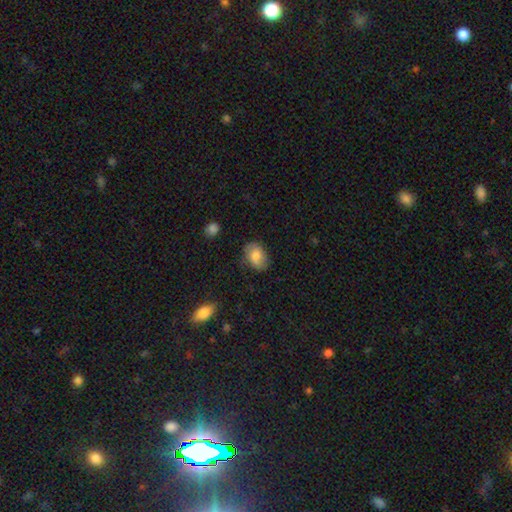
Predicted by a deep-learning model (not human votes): Smooth or featured? Predicted: smooth (p=0.75). How rounded? Predicted: in between (p=0.78). Merging? Predicted: none (p=0.70).